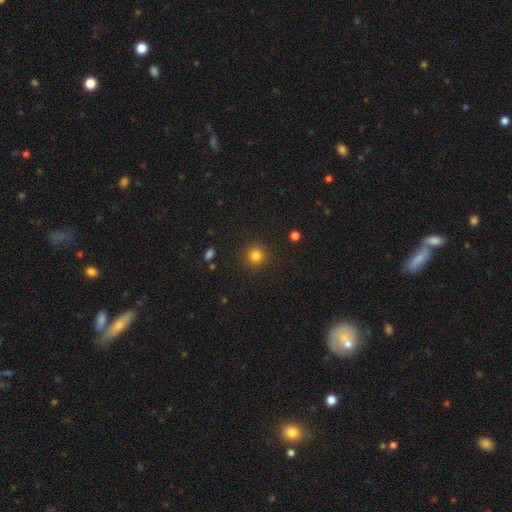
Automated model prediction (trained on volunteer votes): Smooth or featured?
  - smooth: 82% *
  - star or artifact: 13%
  - featured or disk: 5%
How rounded?
  - round: 93% *
  - in between: 6%
  - cigar-shaped: 1%
Merging?
  - none: 91% *
  - minor disturbance: 6%
  - major disturbance: 2%
  - merger: 1%